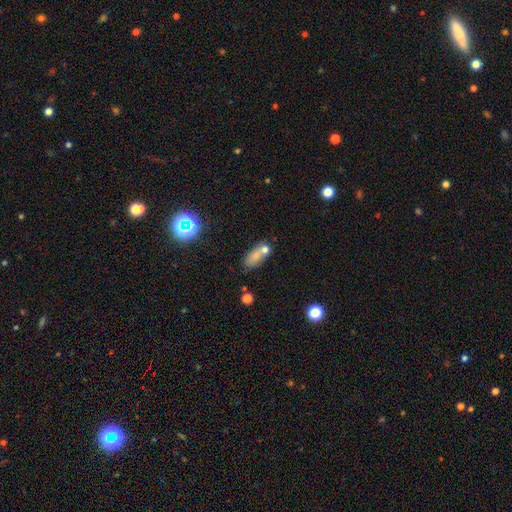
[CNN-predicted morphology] Overall: smooth (70%). How rounded: in between (76%). Merging: none (48%; merger 27%).